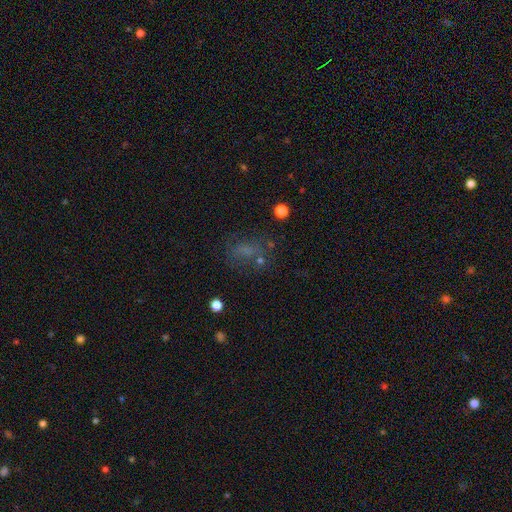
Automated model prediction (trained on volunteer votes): Overall: smooth (50%; star or artifact 27%). Merging: none (54%; major disturbance 20%).